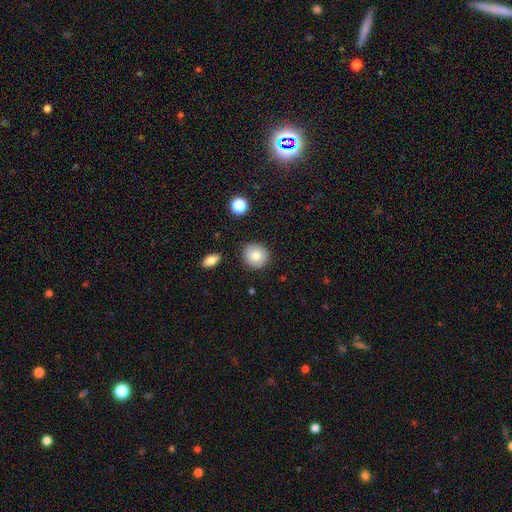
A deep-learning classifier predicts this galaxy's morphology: Smooth or featured: smooth — 82% (featured or disk — 10%)
How rounded: round — 89% (in between — 10%)
Merging: none — 87% (minor disturbance — 9%)